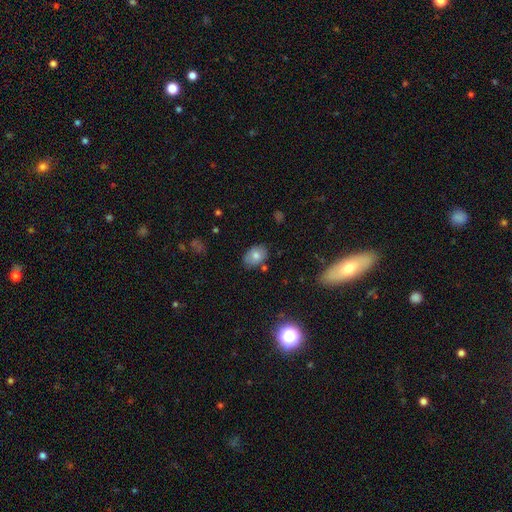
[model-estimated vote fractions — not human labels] Smooth or featured? smooth (75%)
How rounded? in between (83%)
Merging? none (79%)